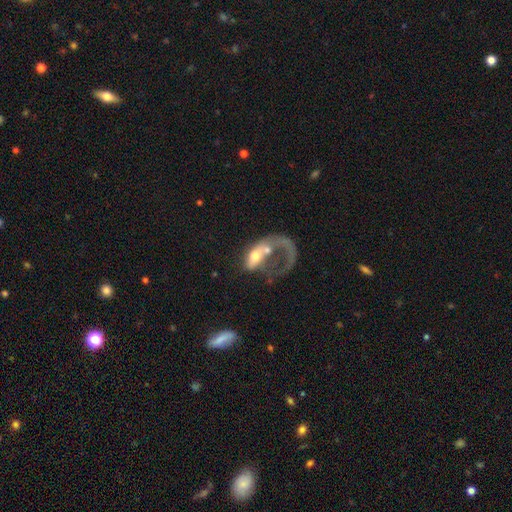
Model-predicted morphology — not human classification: smooth-or-featured: featured or disk: 62% | smooth: 30% | star or artifact: 9%
  disk-edge-on: no: 95% | yes: 5%
    bar: no: 73% | weak: 20% | strong: 7%
    has-spiral-arms: no: 51% | yes: 49%
    bulge-size: moderate: 57% | small: 24% | large: 10% | none: 6% | dominant: 3%
  merging: major disturbance: 45% | merger: 33% | none: 14% | minor disturbance: 8%